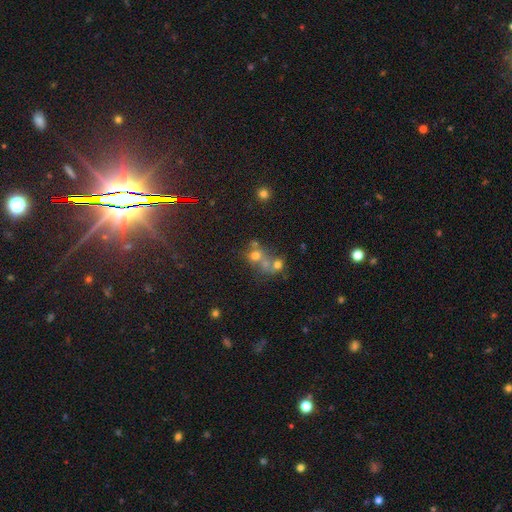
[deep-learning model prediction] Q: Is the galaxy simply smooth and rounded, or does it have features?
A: smooth — 60%.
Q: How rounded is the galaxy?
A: round — 78%.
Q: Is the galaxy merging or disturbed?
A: merger — 51%.